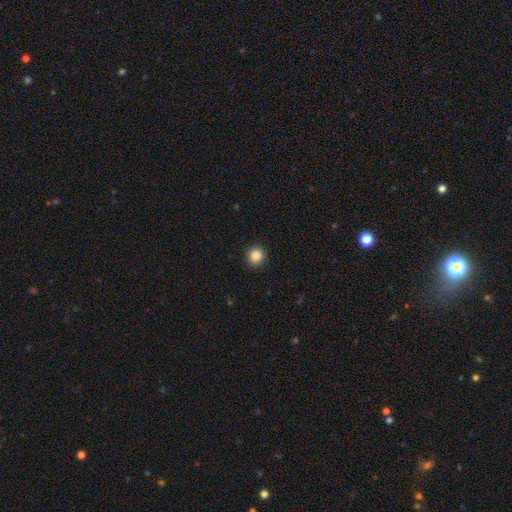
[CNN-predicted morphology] Smooth or featured? Predicted: smooth (p=0.85). How rounded? Predicted: round (p=0.90). Merging? Predicted: none (p=0.92).